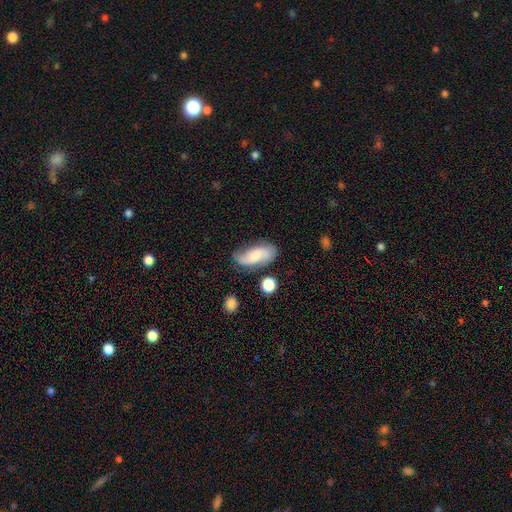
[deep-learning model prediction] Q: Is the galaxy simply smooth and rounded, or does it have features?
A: featured or disk — 47%.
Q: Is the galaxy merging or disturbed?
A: none — 64%.